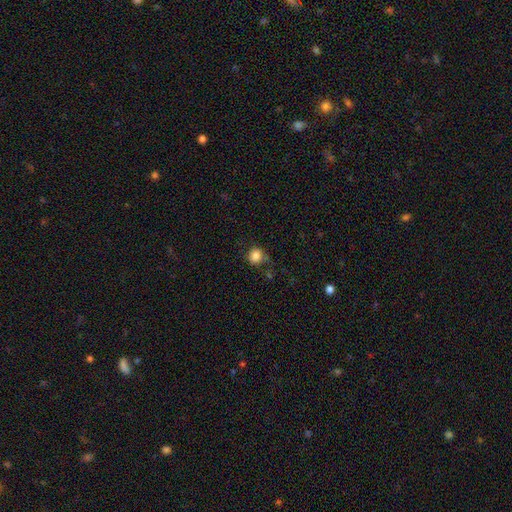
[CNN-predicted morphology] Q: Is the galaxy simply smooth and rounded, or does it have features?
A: smooth — 85%.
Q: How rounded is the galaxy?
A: round — 85%.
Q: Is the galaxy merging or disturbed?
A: none — 75%.